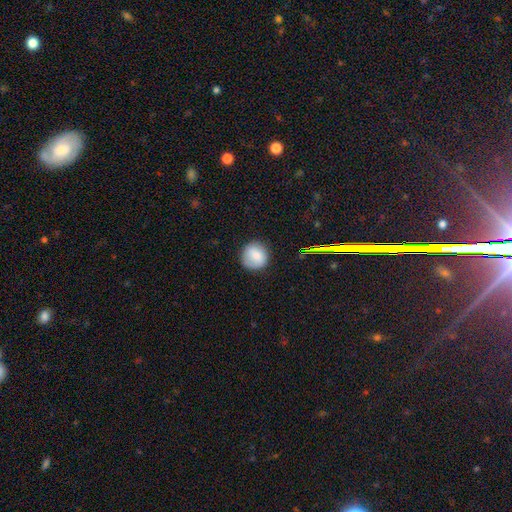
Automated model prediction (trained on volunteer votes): Overall: smooth (80%). How rounded: round (93%). Merging: none (84%).